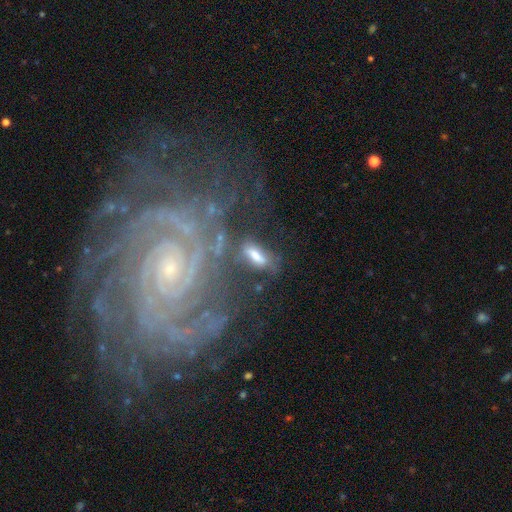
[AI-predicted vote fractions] Smooth or featured? smooth (58%)
How rounded? in between (57%)
Merging? none (55%)